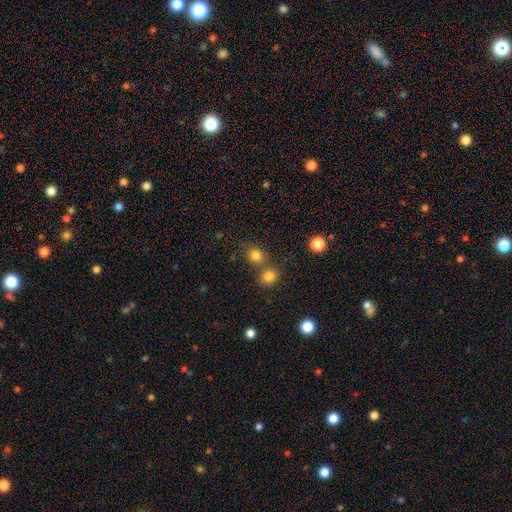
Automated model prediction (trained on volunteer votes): This is clearly a smooth galaxy (80%). How rounded: likely round (80%). Merging: likely none (61%).